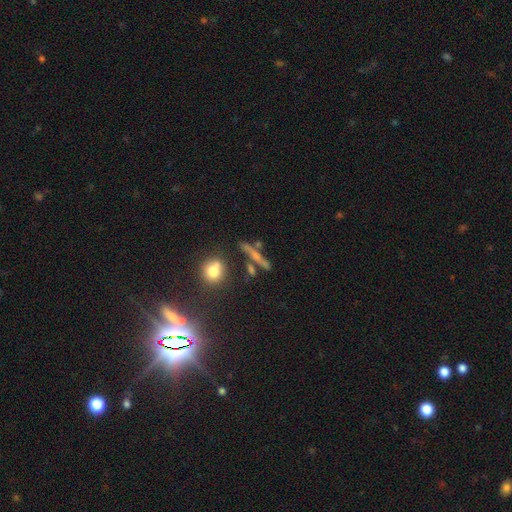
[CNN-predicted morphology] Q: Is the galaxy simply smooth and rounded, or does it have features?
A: featured or disk — 49%.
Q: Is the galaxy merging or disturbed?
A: none — 73%.